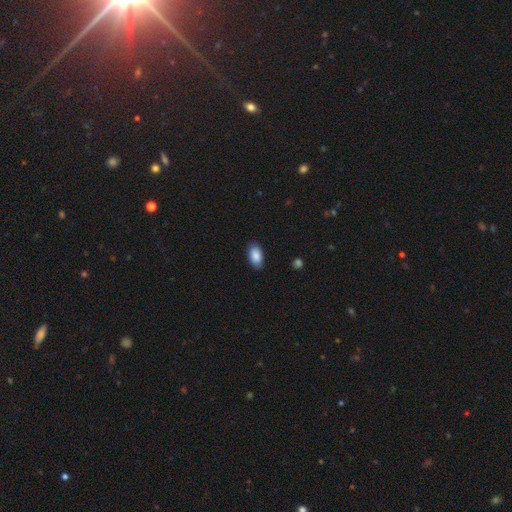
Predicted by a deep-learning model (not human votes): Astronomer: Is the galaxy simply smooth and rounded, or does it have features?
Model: smooth — 89%.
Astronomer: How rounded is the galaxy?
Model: in between — 94%.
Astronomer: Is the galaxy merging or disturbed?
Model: none — 85%.